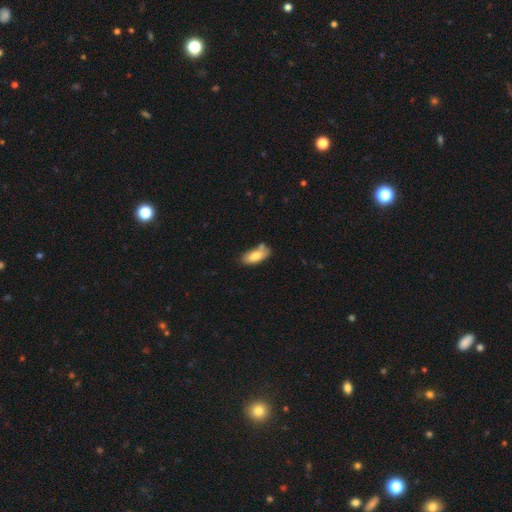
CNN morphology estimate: type=smooth (79%); roundness=in between (85%); merging=none (61%).